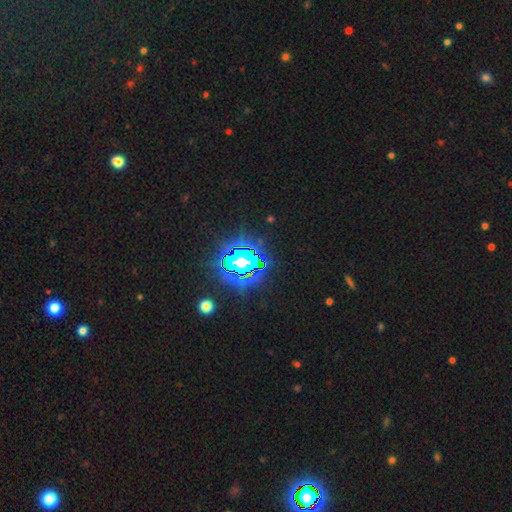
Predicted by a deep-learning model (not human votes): Morphology: type=star or artifact (86%).